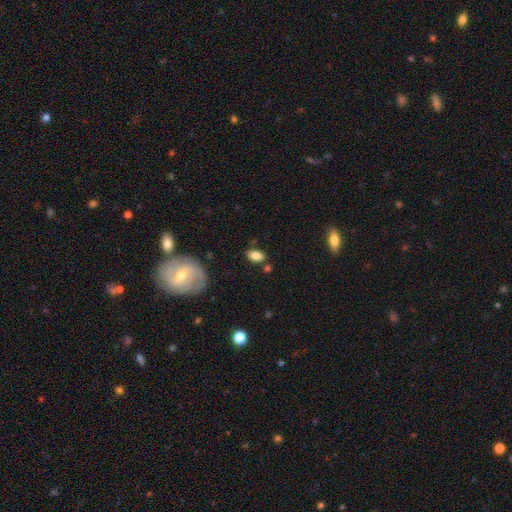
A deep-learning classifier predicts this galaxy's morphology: A smooth galaxy with no disk features (82%) that is in between round and cigar-shaped (90%). Merging: none (78%).